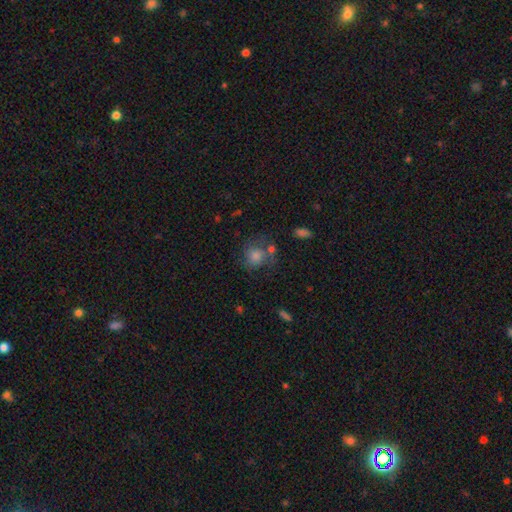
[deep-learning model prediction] The model was most divided on "merging": none: 55%, minor disturbance: 19%, major disturbance: 13%, merger: 13%. More confident: how rounded — round (78%); smooth or featured — smooth (61%).